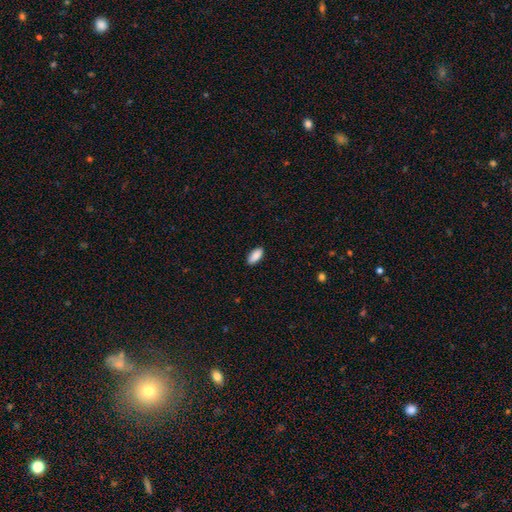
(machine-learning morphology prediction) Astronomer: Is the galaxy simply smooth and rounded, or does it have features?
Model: smooth — 89%.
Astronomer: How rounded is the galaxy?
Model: in between — 88%.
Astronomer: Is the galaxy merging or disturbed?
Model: none — 87%.